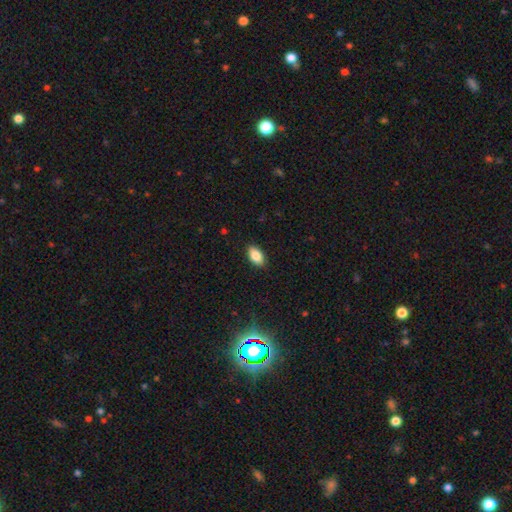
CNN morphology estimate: This is clearly a smooth galaxy (85%). How rounded: clearly in between (92%). Merging: clearly none (88%).